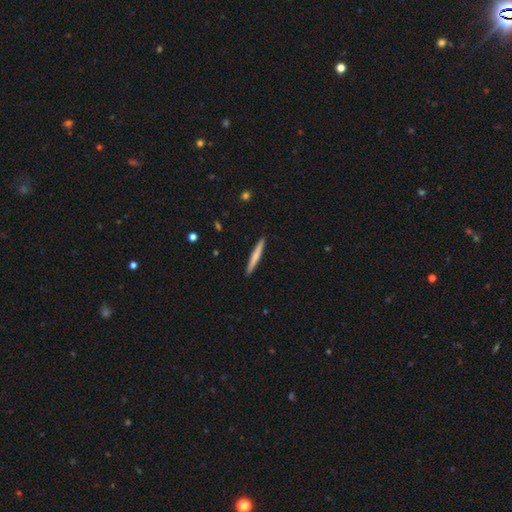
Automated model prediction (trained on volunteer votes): This appears to be a smooth galaxy with no disk features (64%) that is cigar-shaped (97%). Merging: none (92%).